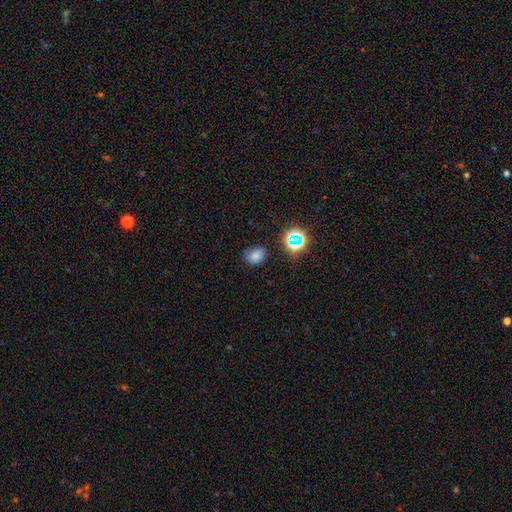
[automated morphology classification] Smooth or featured: smooth — 72% (star or artifact — 21%)
How rounded: in between — 56% (round — 43%)
Merging: none — 73% (minor disturbance — 19%)